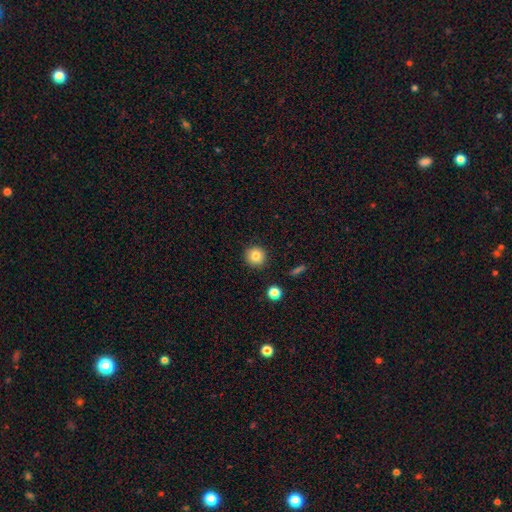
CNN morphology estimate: type=smooth (83%); roundness=round (94%); merging=none (90%).